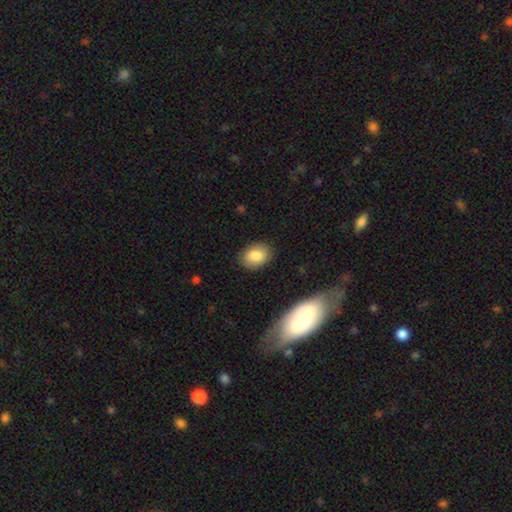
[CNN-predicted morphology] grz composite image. It shows a smooth galaxy with no disk features (83%) that is in between round and cigar-shaped (69%). Merging: none (84%).